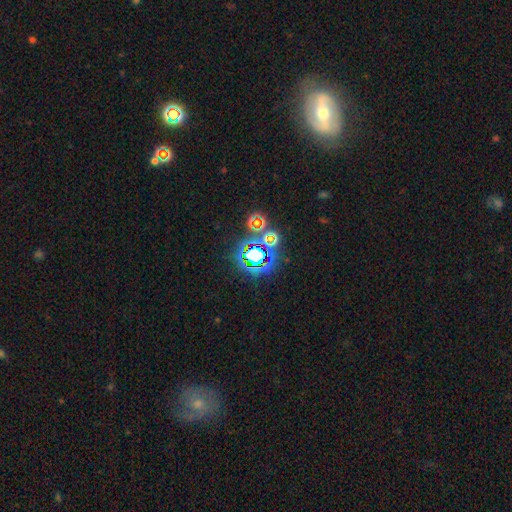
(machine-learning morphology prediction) Smooth or featured: star or artifact — 71% (smooth — 17%)